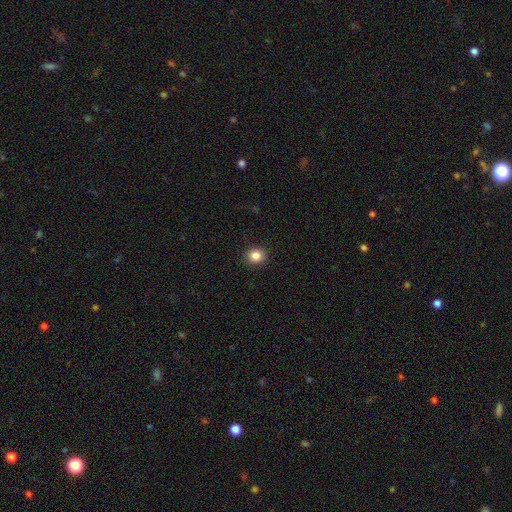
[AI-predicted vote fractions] Smooth or featured? Predicted: smooth (p=0.85). How rounded? Predicted: round (p=0.82). Merging? Predicted: none (p=0.92).